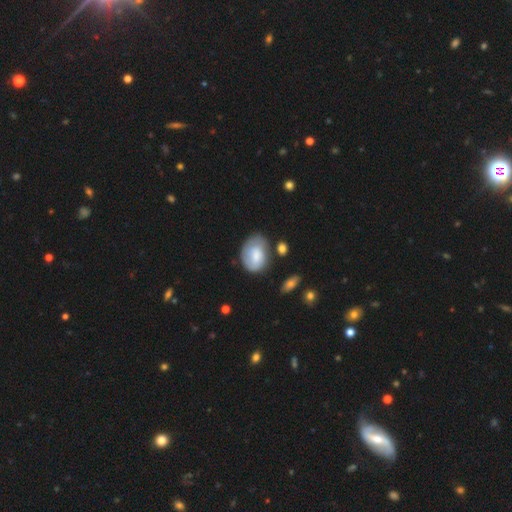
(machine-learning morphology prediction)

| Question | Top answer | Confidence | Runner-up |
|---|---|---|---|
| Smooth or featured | smooth | 66% | featured or disk (27%) |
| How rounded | in between | 73% | round (26%) |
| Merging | none | 53% | minor disturbance (29%) |